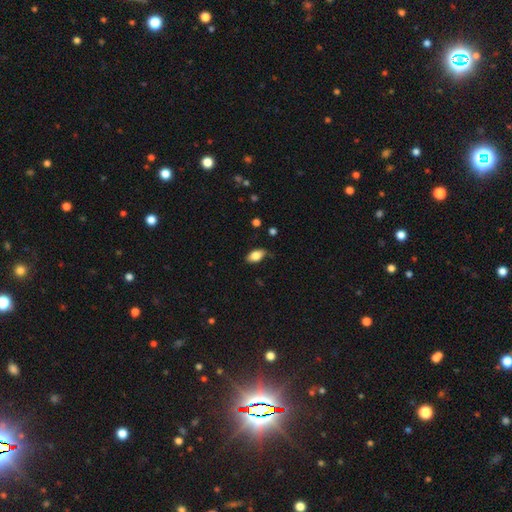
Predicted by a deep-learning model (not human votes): This is clearly a smooth galaxy (81%). How rounded: clearly in between (91%). Merging: likely none (78%).